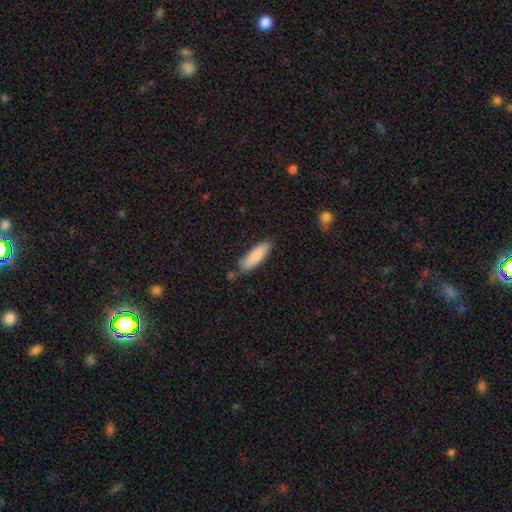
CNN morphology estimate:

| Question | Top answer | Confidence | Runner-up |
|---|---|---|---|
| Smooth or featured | smooth | 84% | featured or disk (10%) |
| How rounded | cigar-shaped | 54% | in between (45%) |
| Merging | none | 76% | minor disturbance (17%) |